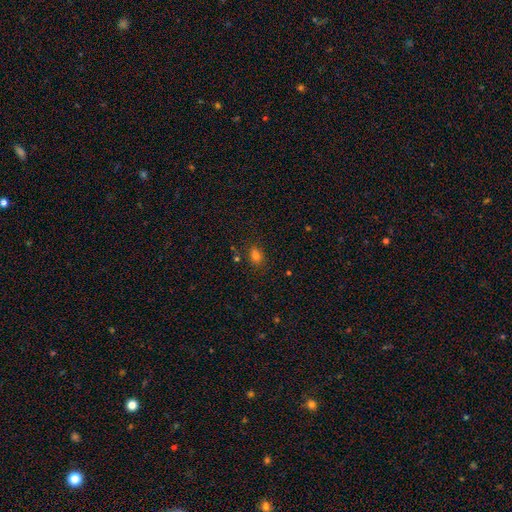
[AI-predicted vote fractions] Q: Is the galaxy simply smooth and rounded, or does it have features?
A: smooth — 77%.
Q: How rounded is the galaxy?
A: in between — 62%.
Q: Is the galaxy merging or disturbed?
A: none — 80%.